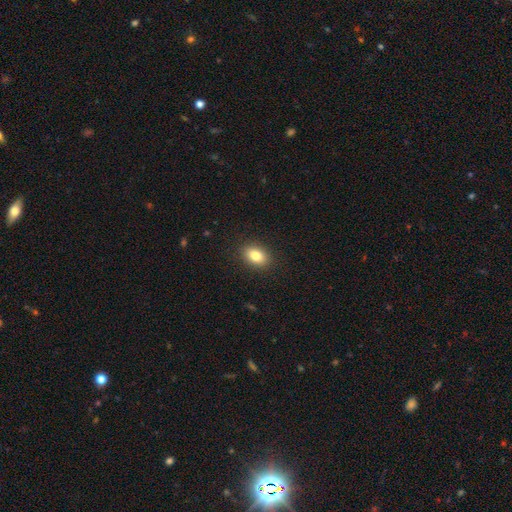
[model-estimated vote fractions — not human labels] This appears to be a smooth galaxy with no disk features (83%) that is in between round and cigar-shaped (80%). Merging: none (89%).